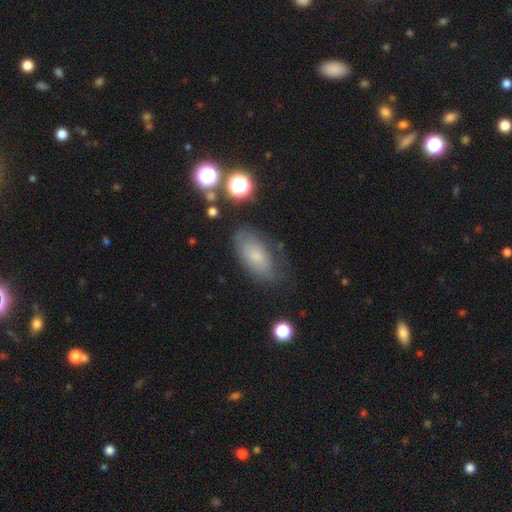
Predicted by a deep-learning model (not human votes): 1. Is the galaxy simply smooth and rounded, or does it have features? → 62% smooth, 27% featured or disk, 11% star or artifact.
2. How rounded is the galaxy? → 91% in between, 5% cigar-shaped, 5% round.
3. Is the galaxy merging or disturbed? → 64% none, 23% minor disturbance, 10% major disturbance, 2% merger.